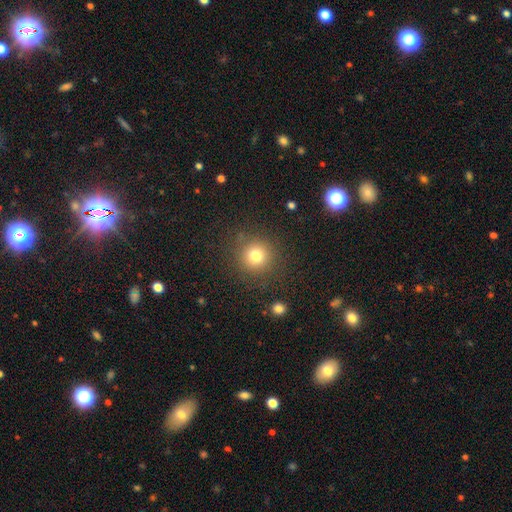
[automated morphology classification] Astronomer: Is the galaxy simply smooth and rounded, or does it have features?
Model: smooth — 77%.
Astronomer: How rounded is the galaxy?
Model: round — 93%.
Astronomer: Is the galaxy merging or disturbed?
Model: none — 86%.